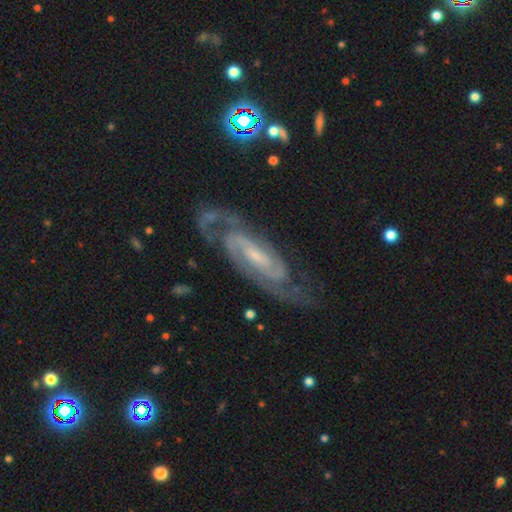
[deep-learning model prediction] This appears to be a featured or disk galaxy (90%) with a weak bar (44%), 2 (81%) tight (52%) spiral arms (98%) and a small central bulge (65%). Merging: none (76%).